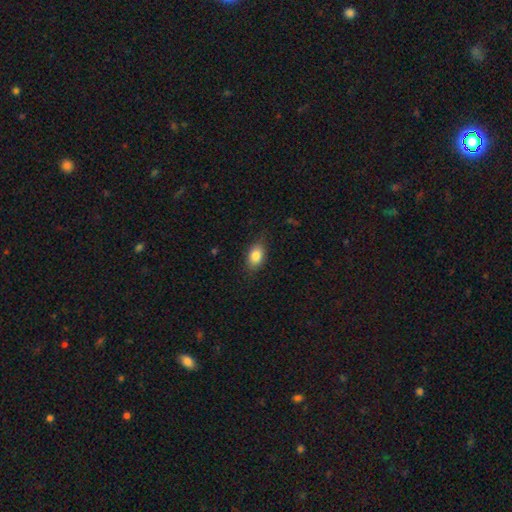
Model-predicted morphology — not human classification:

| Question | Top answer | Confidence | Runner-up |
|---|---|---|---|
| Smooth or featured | smooth | 84% | featured or disk (8%) |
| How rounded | in between | 87% | round (10%) |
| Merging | none | 82% | minor disturbance (14%) |